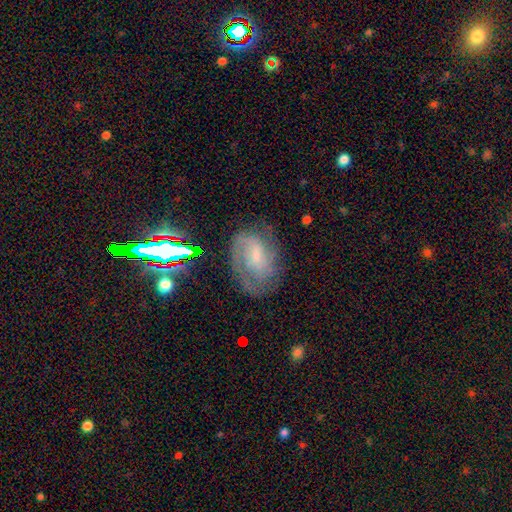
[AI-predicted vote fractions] Smooth or featured? featured or disk (67%)
Edge-on disk? no (96%)
Bar? weak (45%)
Spiral arms? yes (89%)
Spiral winding? tight (44%)
Spiral arm count? 2 (37%)
Bulge size? small (59%)
Merging? none (62%)